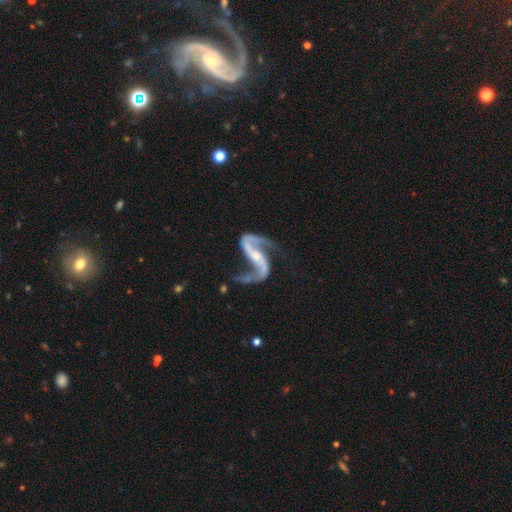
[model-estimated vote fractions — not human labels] This appears to be a featured or disk galaxy (93%) with a strong bar (47%), 2 (93%) loose (63%) spiral arms (98%) and a small central bulge (47%). Merging: none (62%).